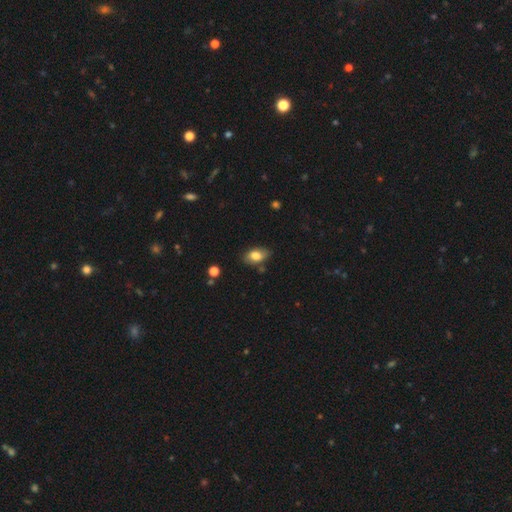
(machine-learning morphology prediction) Smooth or featured: smooth — 79% (featured or disk — 13%)
How rounded: in between — 88% (round — 10%)
Merging: none — 75% (minor disturbance — 19%)